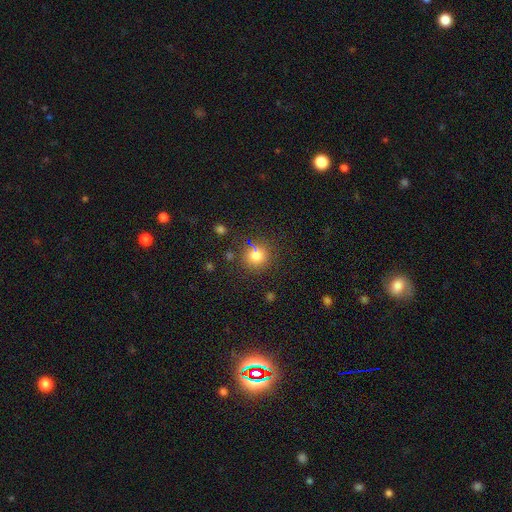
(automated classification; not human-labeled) Q: Smooth or featured?
A: smooth (78%); runner-up: star or artifact (15%)
Q: How rounded?
A: round (89%); runner-up: in between (10%)
Q: Merging?
A: none (81%); runner-up: minor disturbance (11%)